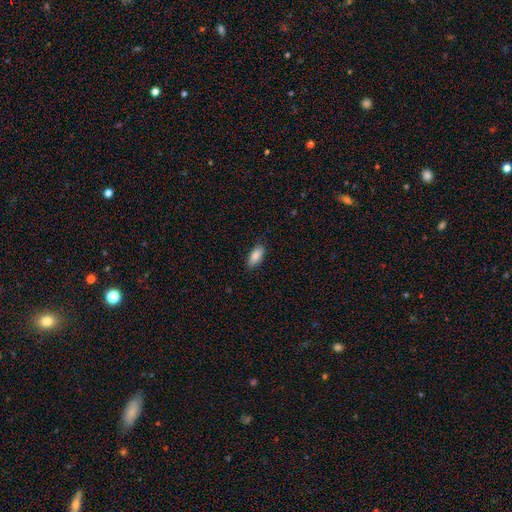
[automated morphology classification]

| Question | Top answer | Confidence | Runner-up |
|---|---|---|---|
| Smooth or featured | smooth | 85% | featured or disk (8%) |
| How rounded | in between | 84% | cigar-shaped (14%) |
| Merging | none | 82% | minor disturbance (14%) |